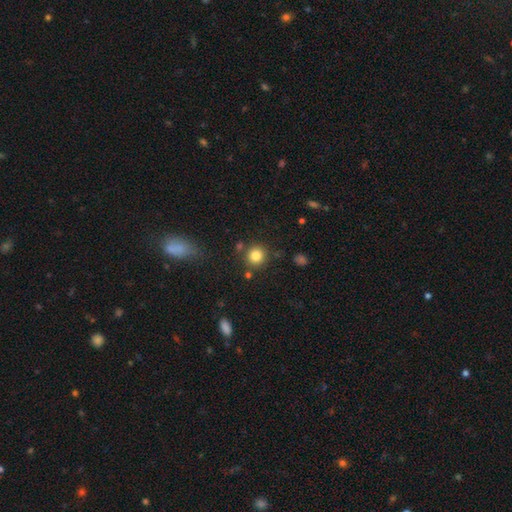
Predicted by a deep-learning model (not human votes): smooth 82%, star or artifact 11%, featured or disk 6%. Down the decision tree: how rounded — round (91%); merging — none (83%).